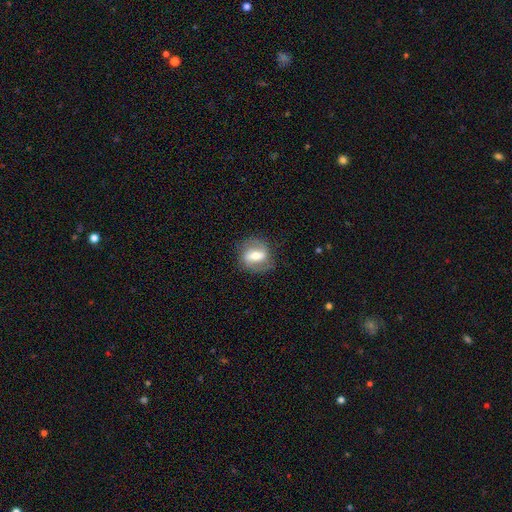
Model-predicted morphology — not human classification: featured or disk 61%, smooth 32%, star or artifact 7%. Down the decision tree: edge-on disk — no (94%); bar — strong (50%); spiral arms — yes (73%); bulge size — moderate (58%); merging — none (78%).